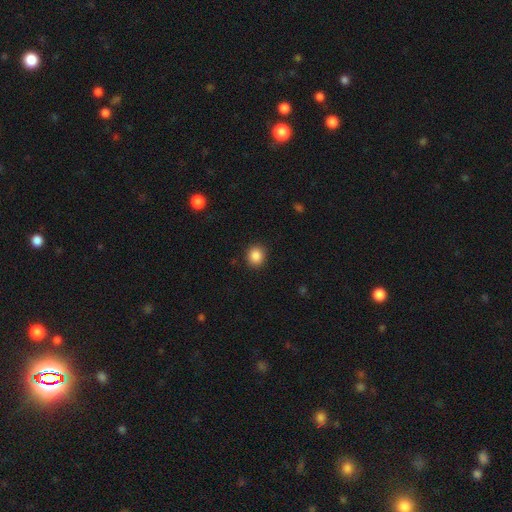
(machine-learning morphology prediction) A smooth galaxy with no disk features (87%) that is round (81%). Merging: none (90%).